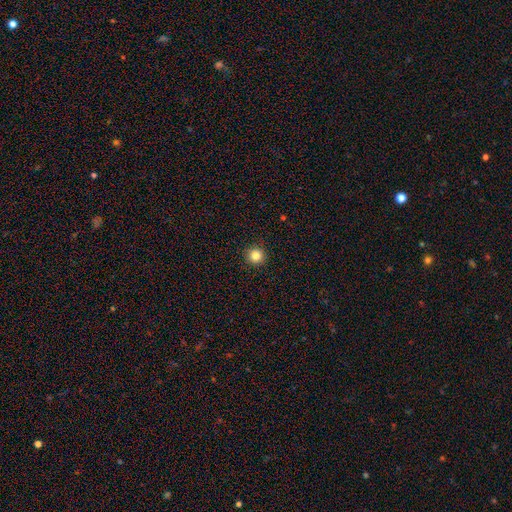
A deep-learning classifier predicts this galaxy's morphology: A smooth galaxy with no disk features (84%) that is round (95%).

Vote fractions:
- Smooth or featured? smooth: 84% / star or artifact: 11% / featured or disk: 5%
- How rounded? round: 95% / in between: 4% / cigar-shaped: 1%
- Merging? none: 93% / minor disturbance: 5% / major disturbance: 2% / merger: 1%